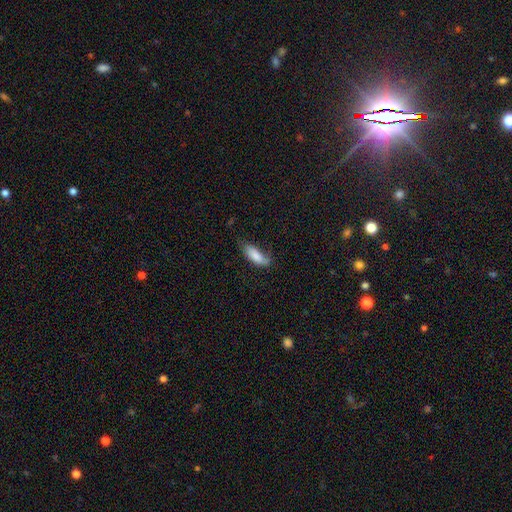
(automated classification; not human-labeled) Overall: smooth (82%). How rounded: in between (68%; cigar-shaped 30%). Merging: none (55%; minor disturbance 33%).